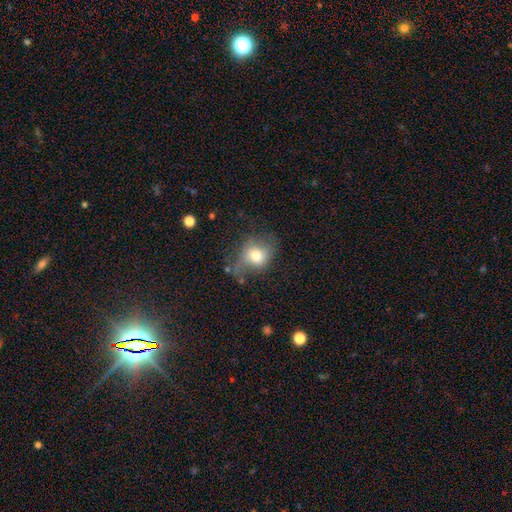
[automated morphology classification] Smooth or featured?
  - smooth: 68% *
  - featured or disk: 20%
  - star or artifact: 12%
How rounded?
  - round: 62% *
  - in between: 37%
  - cigar-shaped: 1%
Merging?
  - none: 48% *
  - minor disturbance: 28%
  - major disturbance: 20%
  - merger: 4%